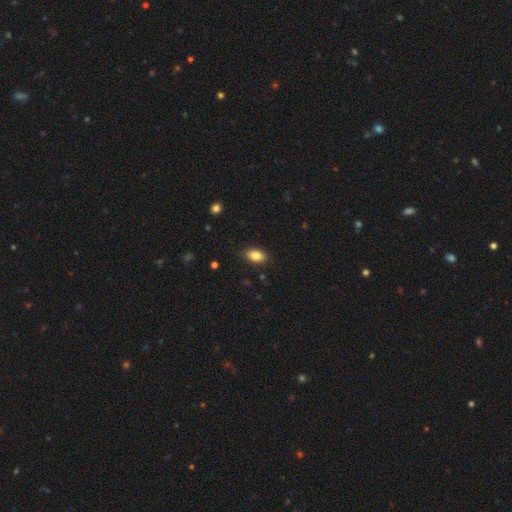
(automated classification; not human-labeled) The model was most divided on "smooth or featured": smooth: 84%, star or artifact: 8%, featured or disk: 8%. More confident: how rounded — in between (90%); merging — none (87%).